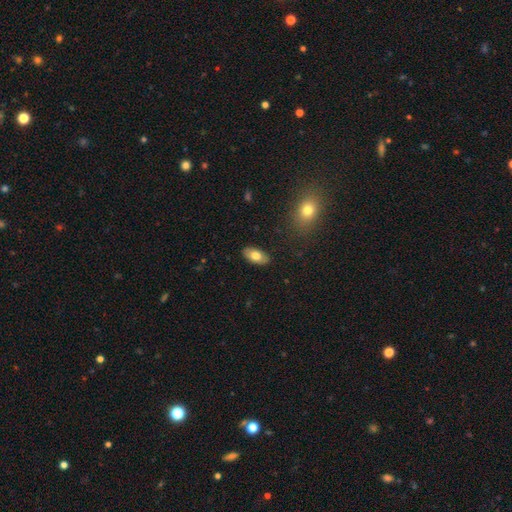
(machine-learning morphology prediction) The model was most divided on "smooth or featured": smooth: 74%, featured or disk: 19%, star or artifact: 7%. More confident: how rounded — in between (94%); merging — none (88%).